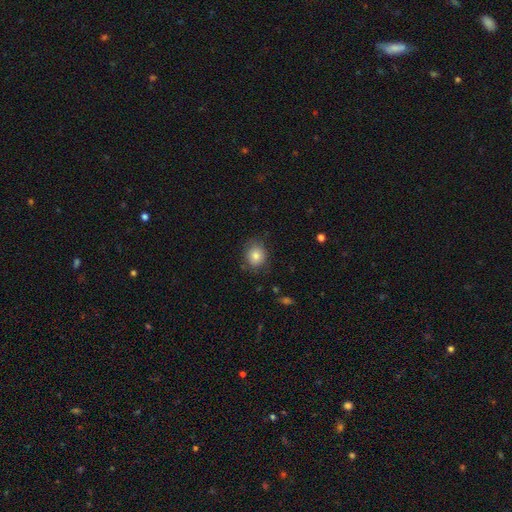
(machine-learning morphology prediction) Smooth or featured? Predicted: smooth (p=0.82). How rounded? Predicted: round (p=0.75). Merging? Predicted: none (p=0.79).